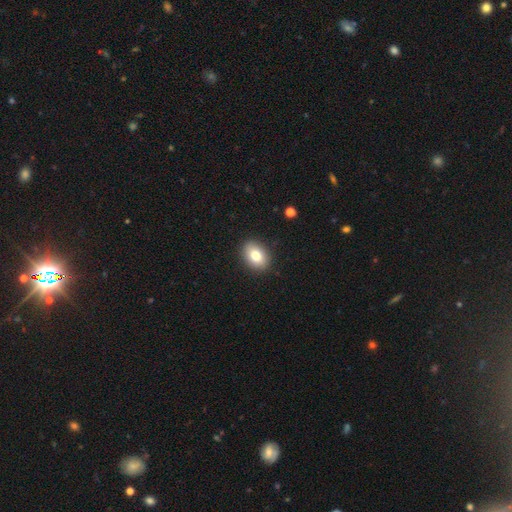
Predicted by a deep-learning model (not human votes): A smooth galaxy with no disk features (81%) that is in between round and cigar-shaped (74%). Merging: none (89%).